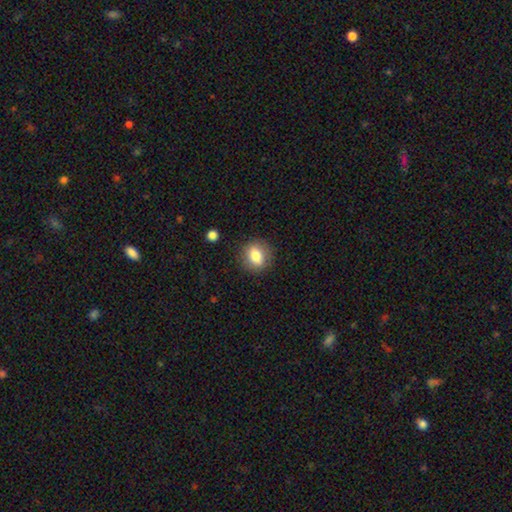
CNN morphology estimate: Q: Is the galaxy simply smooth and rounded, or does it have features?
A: smooth — 80%.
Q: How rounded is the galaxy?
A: round — 59%.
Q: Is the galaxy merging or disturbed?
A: none — 86%.